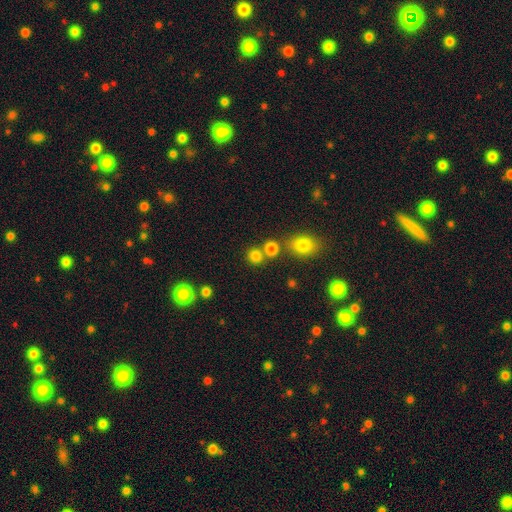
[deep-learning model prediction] Overall: smooth (80%). How rounded: round (85%). Merging: none (69%).